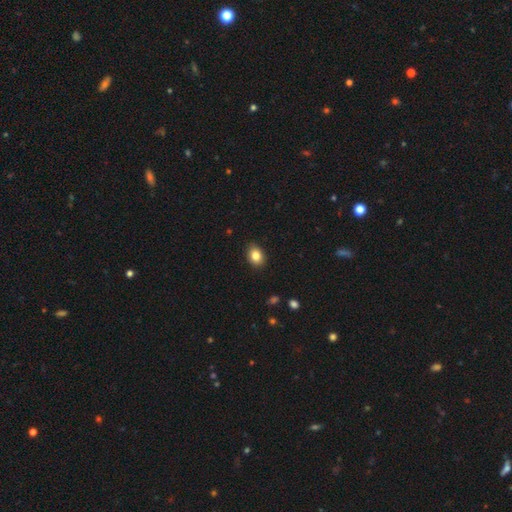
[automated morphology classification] Smooth or featured? Predicted: smooth (p=0.85). How rounded? Predicted: in between (p=0.68). Merging? Predicted: none (p=0.88).